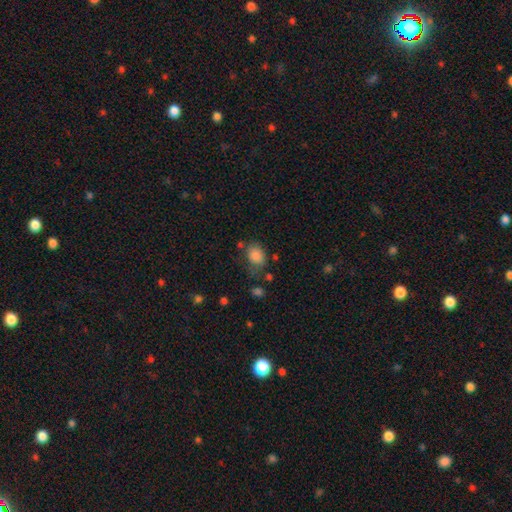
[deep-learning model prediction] Q: Smooth or featured?
A: smooth (85%); runner-up: star or artifact (10%)
Q: How rounded?
A: in between (62%); runner-up: round (37%)
Q: Merging?
A: none (59%); runner-up: minor disturbance (24%)